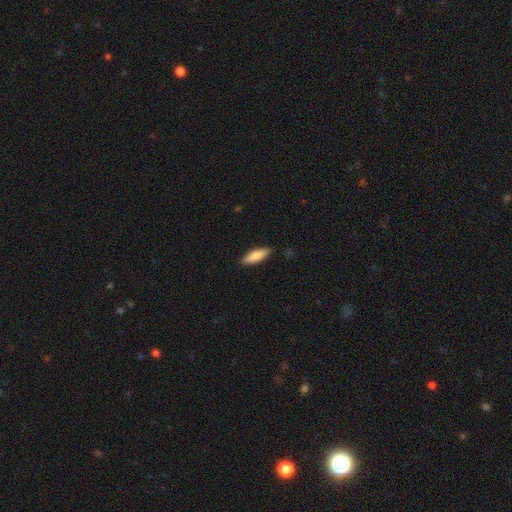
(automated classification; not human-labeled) Smooth or featured? smooth (84%)
How rounded? in between (56%)
Merging? none (87%)